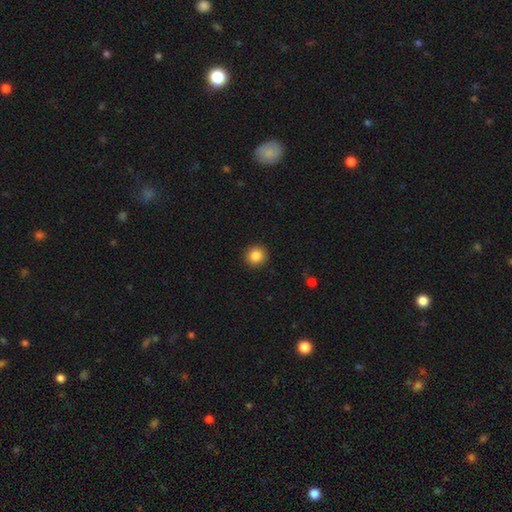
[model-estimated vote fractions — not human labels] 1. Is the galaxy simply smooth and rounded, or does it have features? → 85% smooth, 10% star or artifact, 5% featured or disk.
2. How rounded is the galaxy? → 93% round, 6% in between, 1% cigar-shaped.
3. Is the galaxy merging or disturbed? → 92% none, 5% minor disturbance, 2% major disturbance, 1% merger.